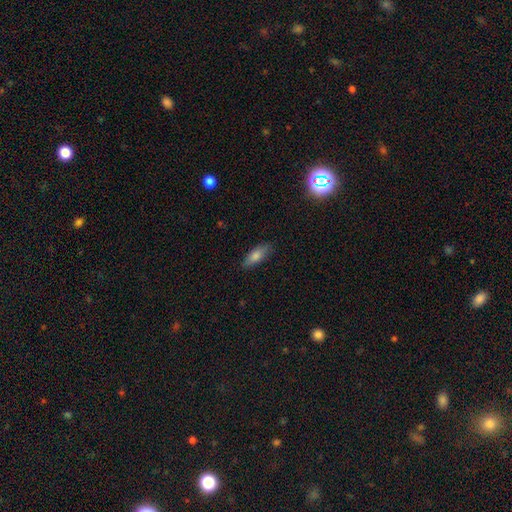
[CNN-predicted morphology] This appears to be a smooth galaxy with no disk features (76%) that is in between round and cigar-shaped (66%). Merging: none (85%).